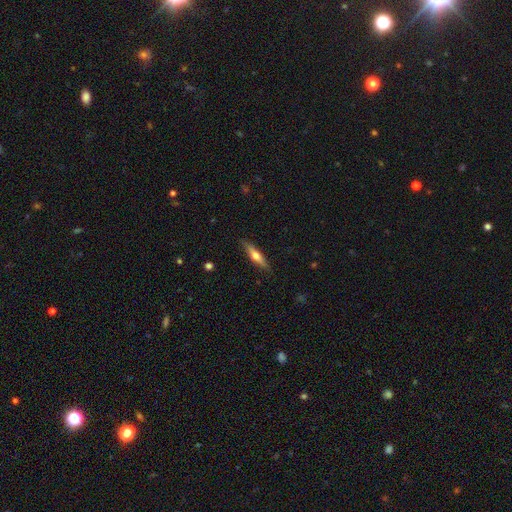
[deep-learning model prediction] featured or disk 51%, smooth 43%, star or artifact 6%. Down the decision tree: edge-on disk — yes (93%); merging — none (88%).